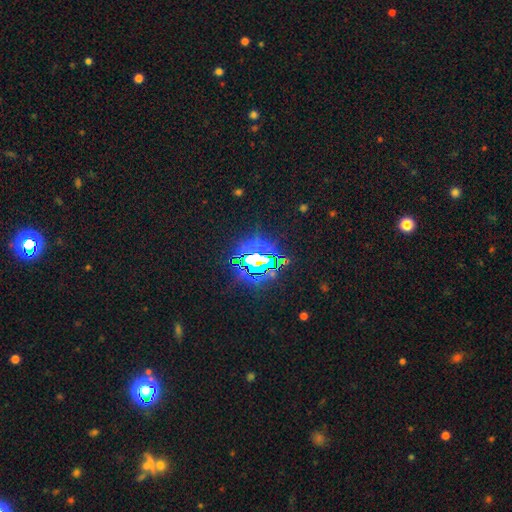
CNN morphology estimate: This appears to be a star or artifact, not a galaxy (81%).